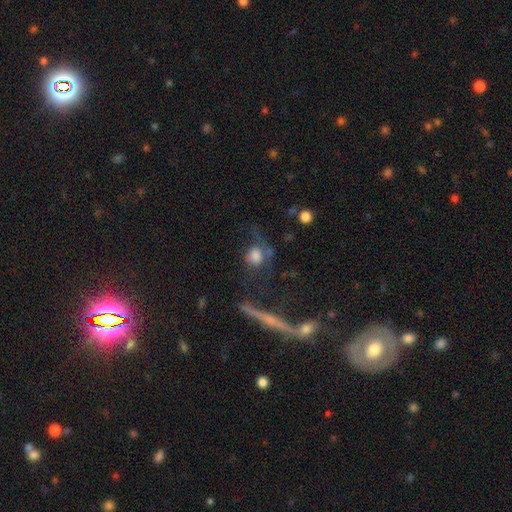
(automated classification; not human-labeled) Smooth or featured? smooth (67%)
How rounded? round (72%)
Merging? none (45%)